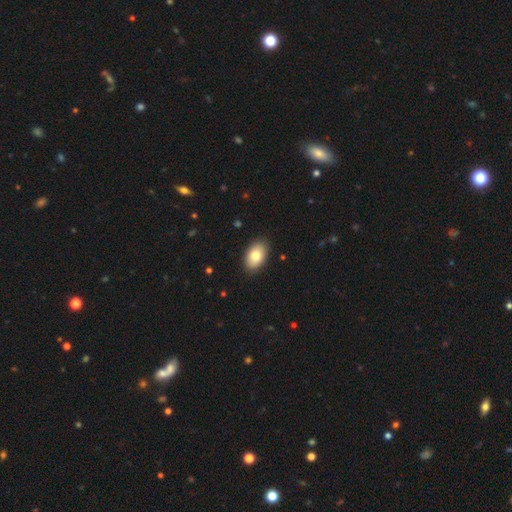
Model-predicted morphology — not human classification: Smooth or featured: smooth — 79% (featured or disk — 14%)
How rounded: in between — 91% (round — 8%)
Merging: none — 89% (minor disturbance — 8%)